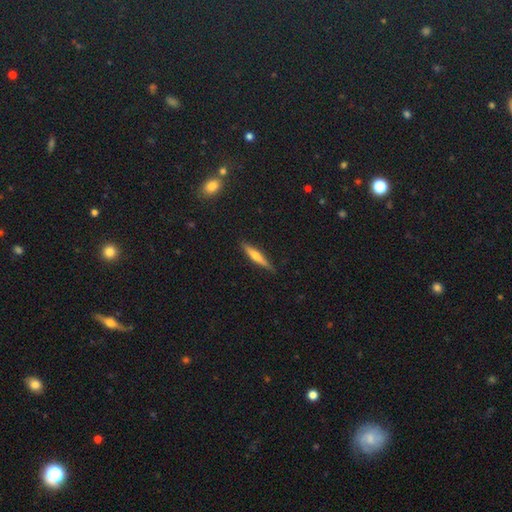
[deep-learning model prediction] Smooth or featured?
  - smooth: 47% *
  - featured or disk: 46%
  - star or artifact: 7%
Merging?
  - none: 88% *
  - minor disturbance: 9%
  - major disturbance: 2%
  - merger: 1%